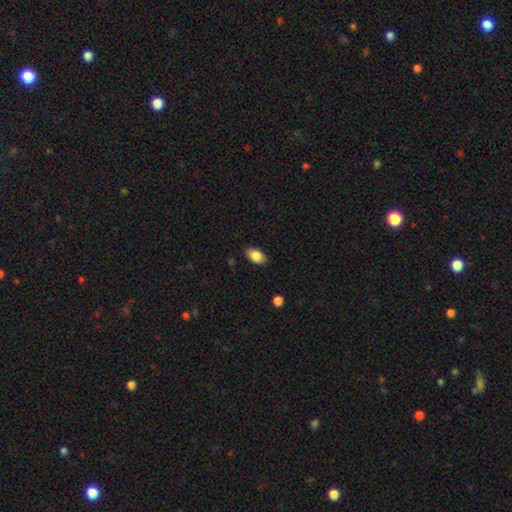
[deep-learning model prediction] Smooth or featured? Predicted: smooth (p=0.85). How rounded? Predicted: in between (p=0.91). Merging? Predicted: none (p=0.85).